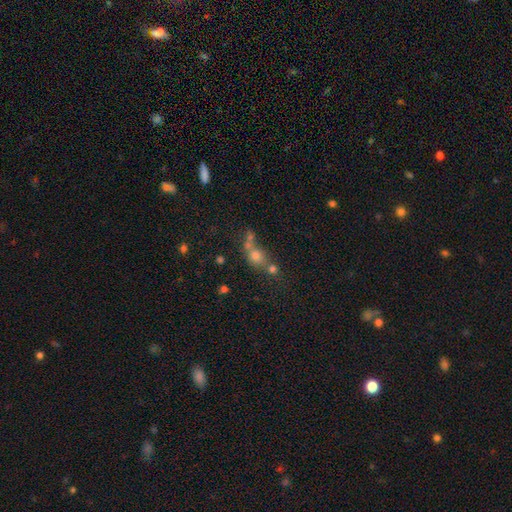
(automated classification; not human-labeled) smooth 60%, star or artifact 22%, featured or disk 18%. Down the decision tree: how rounded — round (75%); merging — merger (45%).